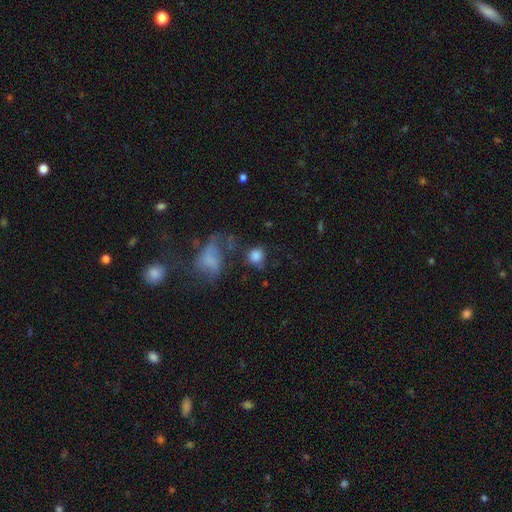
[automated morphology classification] This appears to be a smooth galaxy with no disk features (81%) that is round (81%). Merging: none (55%).